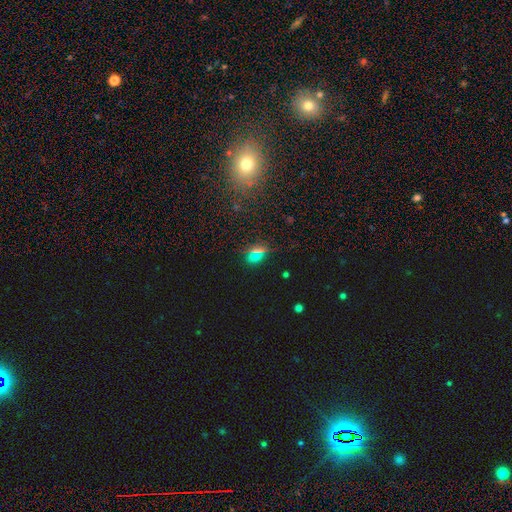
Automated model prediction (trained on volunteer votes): The model was most divided on "smooth or featured": star or artifact: 46%, smooth: 45%, featured or disk: 9%.